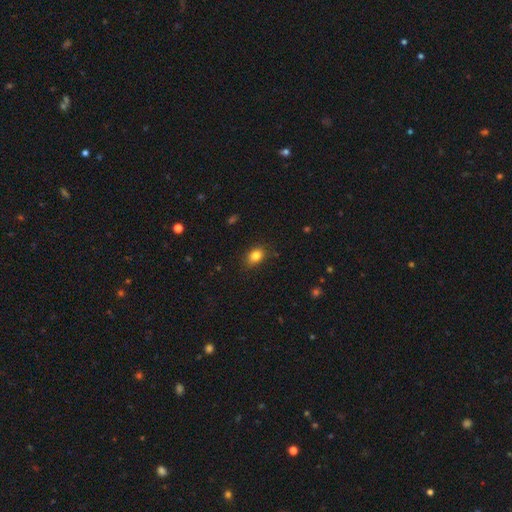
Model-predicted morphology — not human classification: This is clearly a smooth galaxy (83%). How rounded: likely in between (61%). Merging: clearly none (81%).